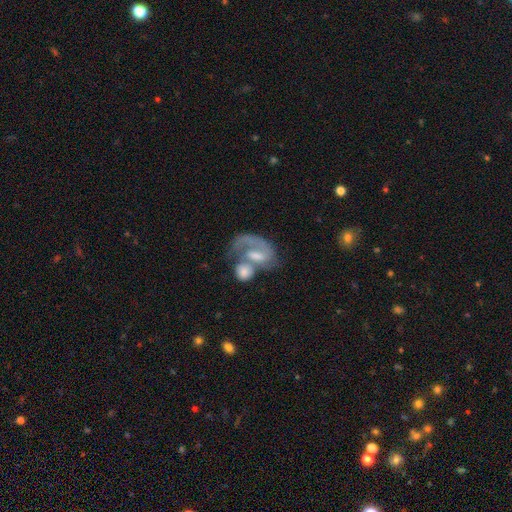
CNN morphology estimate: smooth_or_featured: featured or disk (p=0.70) [alt: smooth p=0.21]
disk_edge_on: no (p=0.97) [alt: yes p=0.03]
bar: weak (p=0.43) [alt: no p=0.37]
has_spiral_arms: yes (p=0.82) [alt: no p=0.18]
spiral_winding: medium (p=0.41) [alt: tight p=0.31]
spiral_arm_count: 1 (p=0.55) [alt: 2 p=0.32]
bulge_size: moderate (p=0.37) [alt: small p=0.34]
merging: merger (p=0.49) [alt: none p=0.24]